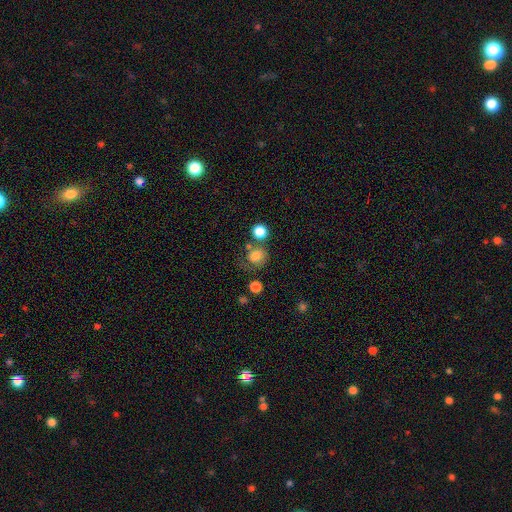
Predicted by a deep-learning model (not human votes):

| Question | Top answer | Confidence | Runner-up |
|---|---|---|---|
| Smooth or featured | smooth | 78% | featured or disk (11%) |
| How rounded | round | 80% | in between (19%) |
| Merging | none | 52% | merger (20%) |